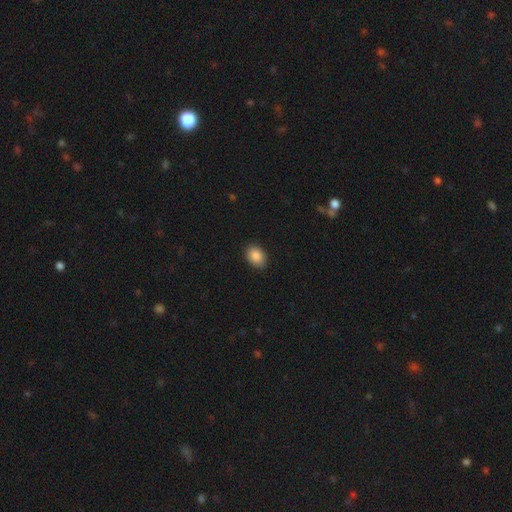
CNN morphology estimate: type=smooth (88%); roundness=in between (75%); merging=none (87%).